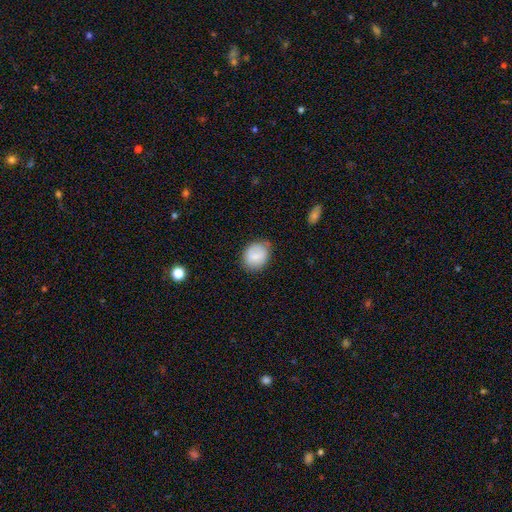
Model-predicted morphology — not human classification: This is likely a smooth galaxy (80%). How rounded: possibly round (53%). Merging: likely none (72%).